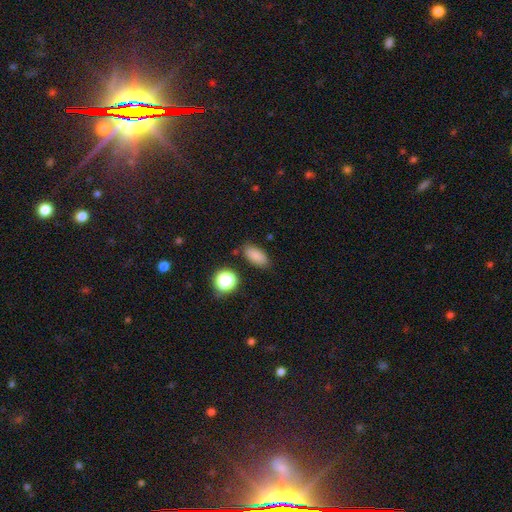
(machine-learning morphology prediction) Smooth or featured: smooth — 82% (star or artifact — 11%)
How rounded: in between — 87% (round — 7%)
Merging: none — 83% (minor disturbance — 12%)